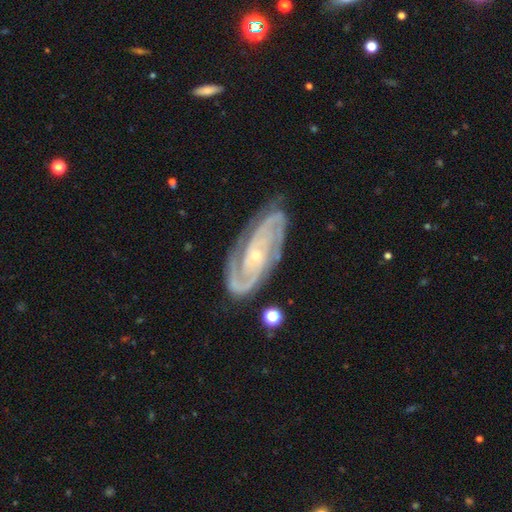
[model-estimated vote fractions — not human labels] Smooth or featured? featured or disk (92%)
Edge-on disk? no (96%)
Bar? no (61%)
Spiral arms? yes (98%)
Spiral winding? tight (65%)
Spiral arm count? 2 (62%)
Bulge size? small (82%)
Merging? none (79%)